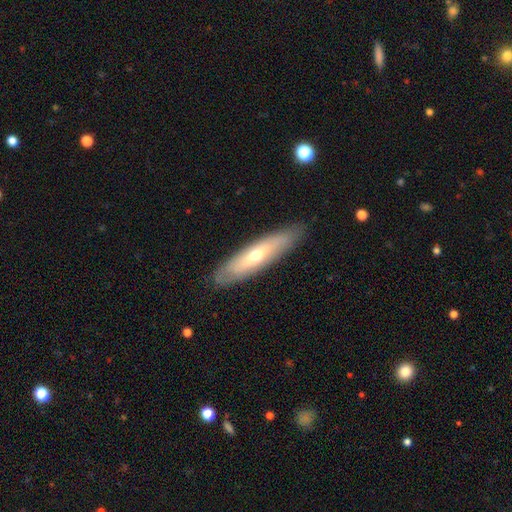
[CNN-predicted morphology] This appears to be a featured or disk galaxy (49%). Merging: none (87%).